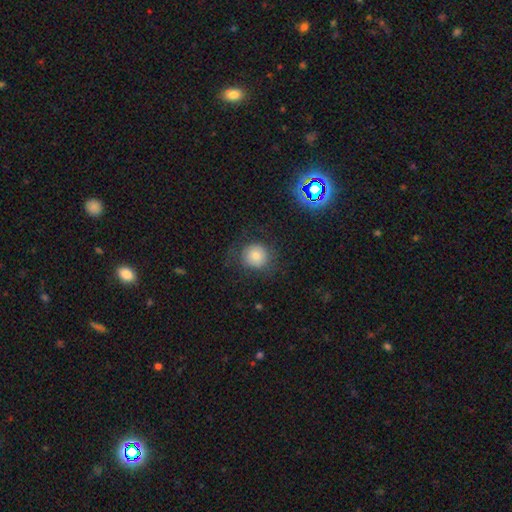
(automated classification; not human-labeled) smooth_or_featured: smooth (p=0.73) [alt: star or artifact p=0.14]
how_rounded: round (p=0.90) [alt: in between p=0.09]
merging: none (p=0.74) [alt: minor disturbance p=0.14]